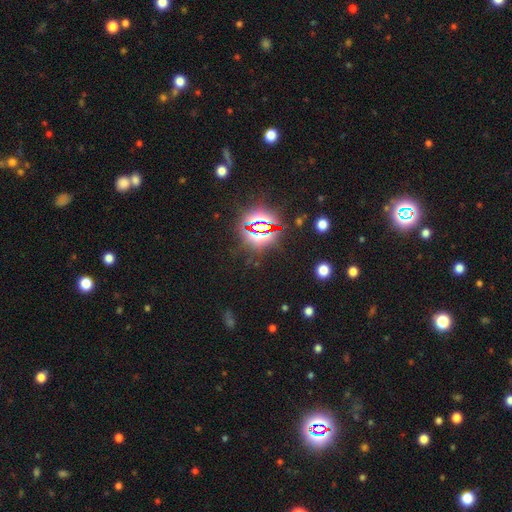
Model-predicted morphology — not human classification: type=star or artifact (80%).